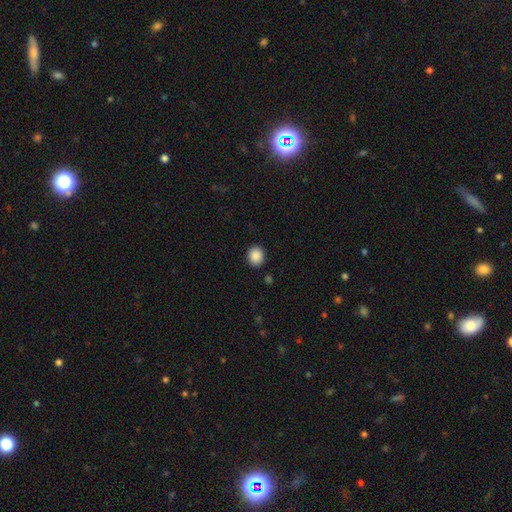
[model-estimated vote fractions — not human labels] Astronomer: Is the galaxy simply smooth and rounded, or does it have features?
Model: smooth — 89%.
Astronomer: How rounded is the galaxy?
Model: round — 75%.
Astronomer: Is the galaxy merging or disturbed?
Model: none — 90%.